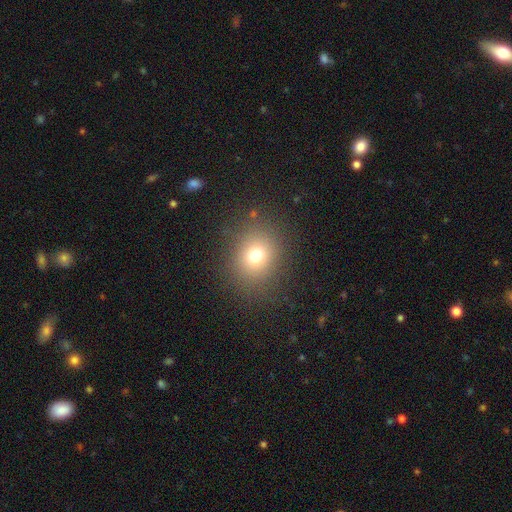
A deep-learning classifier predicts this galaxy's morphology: A smooth galaxy with no disk features (72%) that is round (73%). Merging: none (84%).